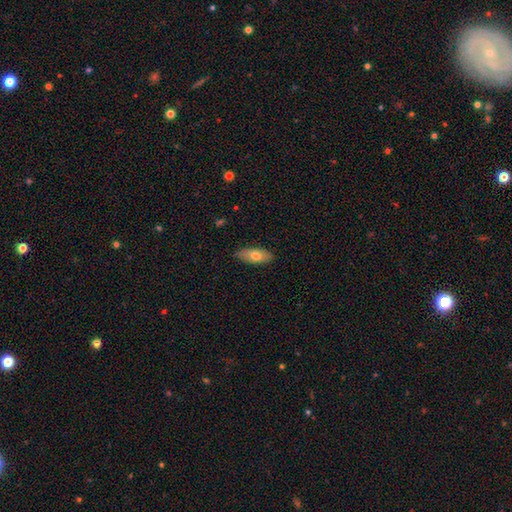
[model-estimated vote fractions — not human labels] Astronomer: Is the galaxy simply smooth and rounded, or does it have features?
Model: smooth — 71%.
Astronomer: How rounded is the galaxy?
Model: in between — 85%.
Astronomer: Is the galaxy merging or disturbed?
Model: none — 81%.